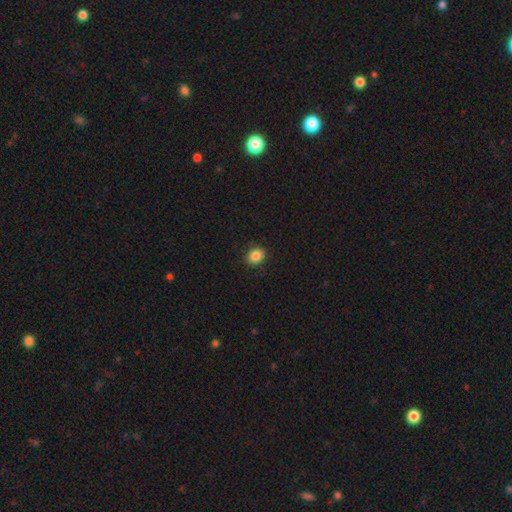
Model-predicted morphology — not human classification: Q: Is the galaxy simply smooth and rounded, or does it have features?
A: smooth — 87%.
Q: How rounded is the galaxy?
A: round — 52%.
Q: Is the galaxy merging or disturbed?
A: none — 89%.